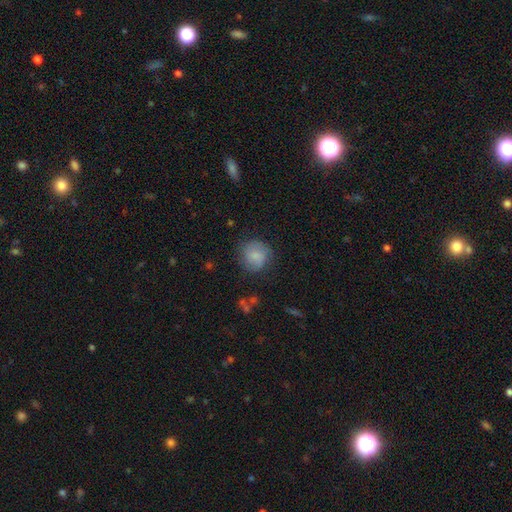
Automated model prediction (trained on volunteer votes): Overall: smooth (76%). How rounded: round (86%). Merging: none (72%).